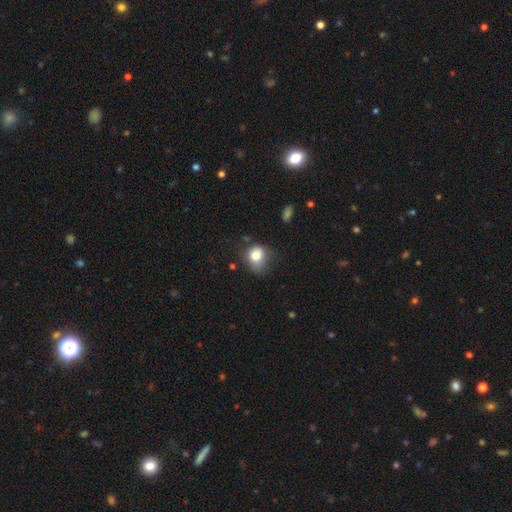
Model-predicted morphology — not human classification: smooth-or-featured: smooth: 79% | featured or disk: 11% | star or artifact: 10%
  how-rounded: round: 62% | in between: 37% | cigar-shaped: 1%
  merging: none: 45% | minor disturbance: 34% | major disturbance: 17% | merger: 4%